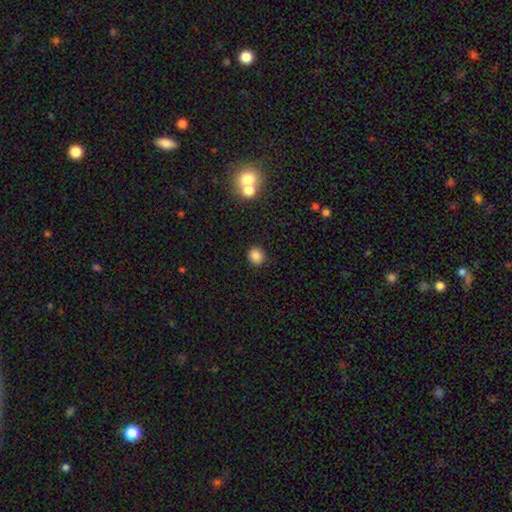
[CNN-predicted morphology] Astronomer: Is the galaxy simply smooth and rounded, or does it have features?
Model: smooth — 85%.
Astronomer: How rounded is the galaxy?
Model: round — 80%.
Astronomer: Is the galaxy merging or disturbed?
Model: none — 88%.